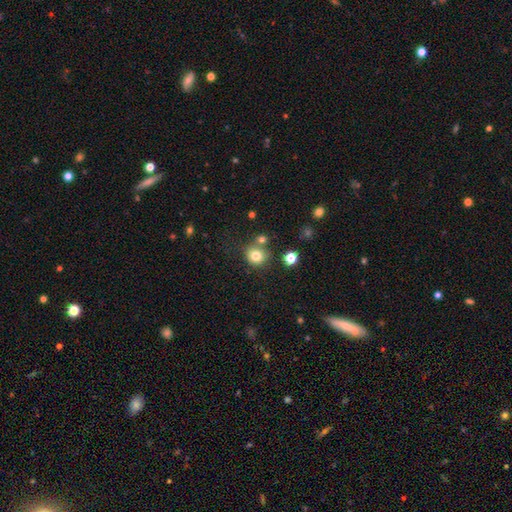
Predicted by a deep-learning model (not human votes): This is likely a smooth galaxy (80%). How rounded: clearly round (86%). Merging: likely none (69%).